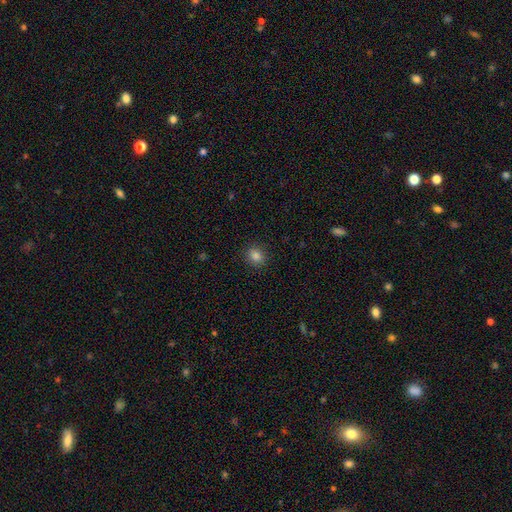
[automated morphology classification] This is clearly a smooth galaxy (84%). How rounded: likely round (68%). Merging: clearly none (90%).